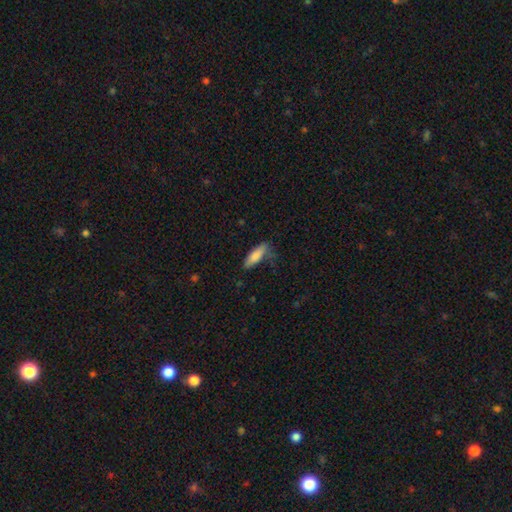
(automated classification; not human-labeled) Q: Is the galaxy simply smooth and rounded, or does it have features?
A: smooth — 83%.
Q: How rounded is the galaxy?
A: cigar-shaped — 50%.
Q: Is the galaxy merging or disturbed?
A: none — 68%.